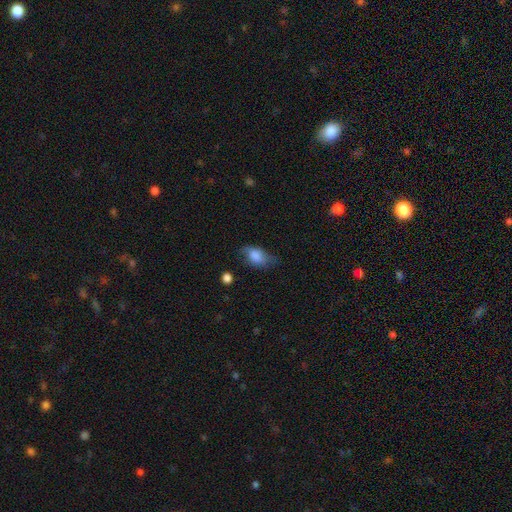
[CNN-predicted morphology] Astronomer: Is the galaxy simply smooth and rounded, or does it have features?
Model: smooth — 79%.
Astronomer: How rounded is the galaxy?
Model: in between — 86%.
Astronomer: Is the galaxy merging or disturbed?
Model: none — 50% (runner-up: minor disturbance, 35%).